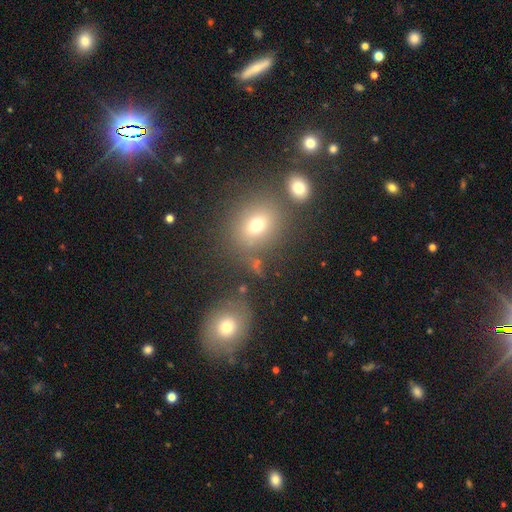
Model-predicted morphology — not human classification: type=smooth (51%); roundness=round (66%); merging=none (74%).